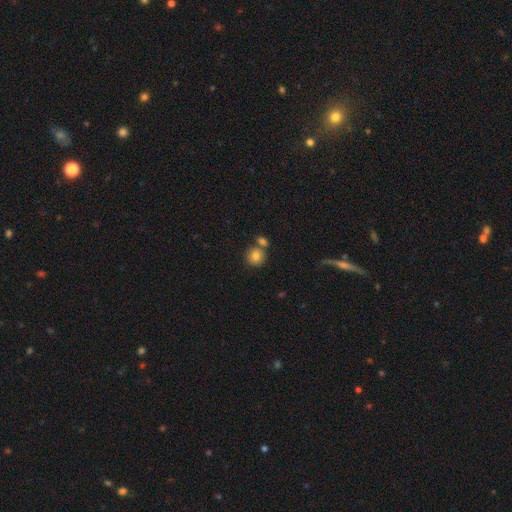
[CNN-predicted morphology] The model was most divided on "merging": none: 62%, merger: 26%, minor disturbance: 9%, major disturbance: 3%. More confident: how rounded — round (88%); smooth or featured — smooth (82%).